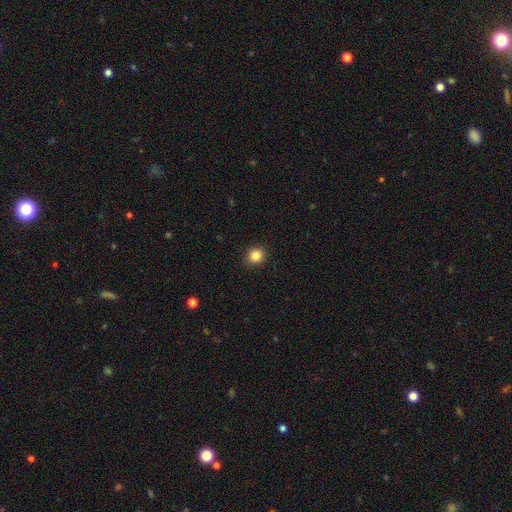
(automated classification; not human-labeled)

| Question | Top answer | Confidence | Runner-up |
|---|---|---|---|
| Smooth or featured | smooth | 85% | star or artifact (11%) |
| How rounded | round | 89% | in between (10%) |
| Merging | none | 91% | minor disturbance (6%) |